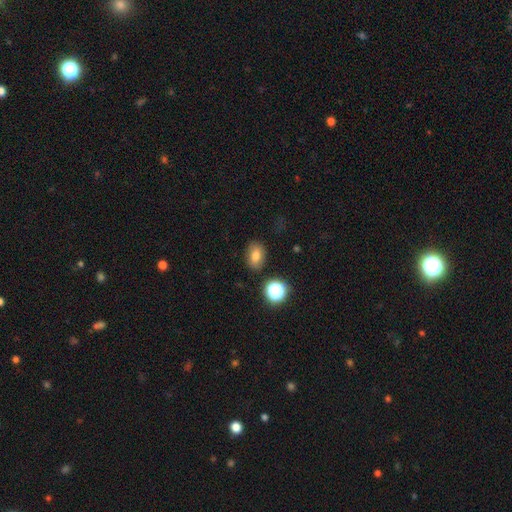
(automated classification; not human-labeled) A smooth galaxy with no disk features (77%) that is in between round and cigar-shaped (74%).

Vote fractions:
- Smooth or featured? smooth: 77% / star or artifact: 13% / featured or disk: 10%
- How rounded? in between: 74% / round: 24% / cigar-shaped: 1%
- Merging? none: 84% / minor disturbance: 11% / major disturbance: 3% / merger: 3%